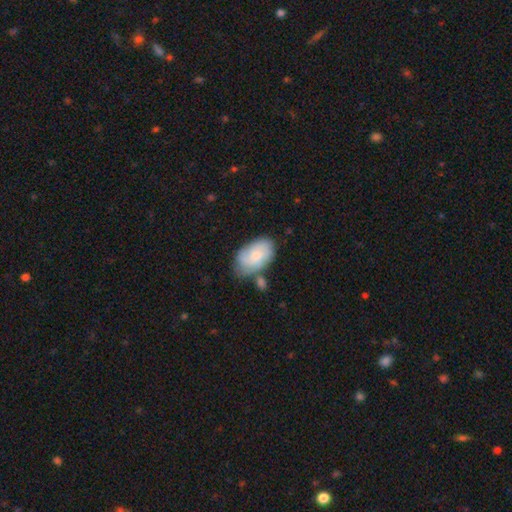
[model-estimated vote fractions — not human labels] This appears to be a smooth galaxy with no disk features (62%) that is in between round and cigar-shaped (90%). Merging: none (56%).